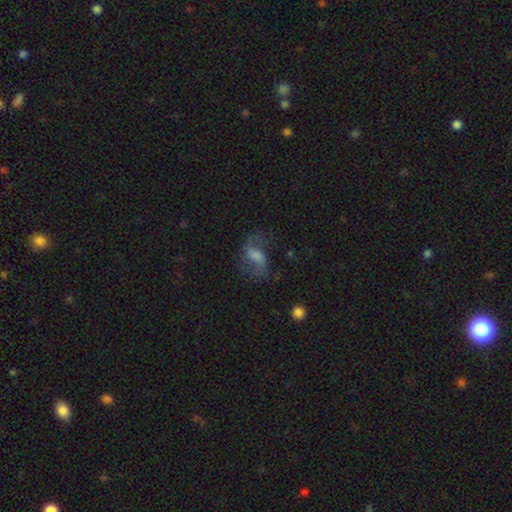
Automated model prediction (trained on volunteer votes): smooth-or-featured: featured or disk: 49% | smooth: 37% | star or artifact: 14%
  merging: none: 55% | major disturbance: 23% | minor disturbance: 20% | merger: 2%